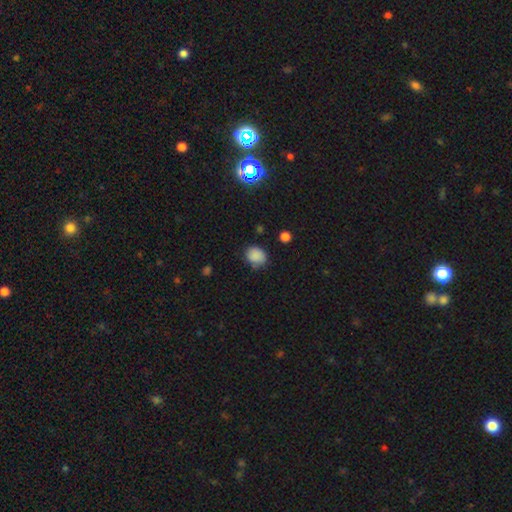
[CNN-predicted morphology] Smooth or featured? Predicted: smooth (p=0.85). How rounded? Predicted: round (p=0.60). Merging? Predicted: none (p=0.75).